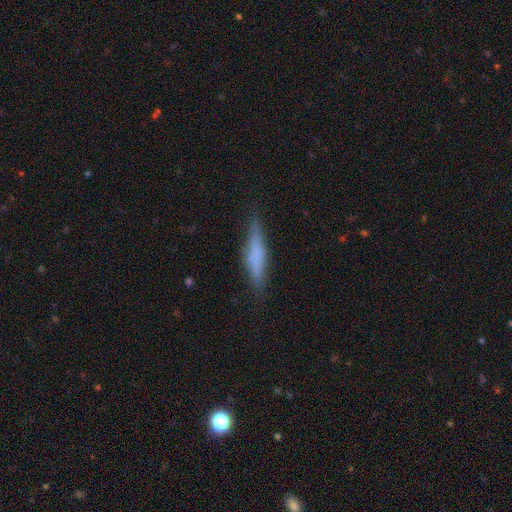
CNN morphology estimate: smooth 54%, featured or disk 38%, star or artifact 9%. Down the decision tree: how rounded — cigar-shaped (85%); merging — none (78%).